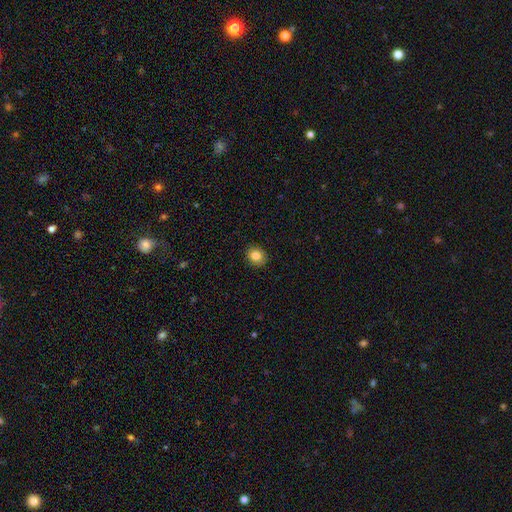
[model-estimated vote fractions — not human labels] smooth 83%, star or artifact 10%, featured or disk 7%. Down the decision tree: how rounded — round (76%); merging — none (91%).